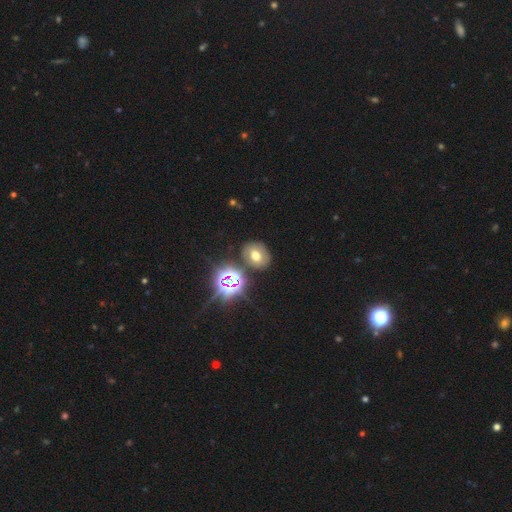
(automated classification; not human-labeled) smooth 51%, star or artifact 28%, featured or disk 21%. Down the decision tree: how rounded — in between (55%); merging — none (79%).